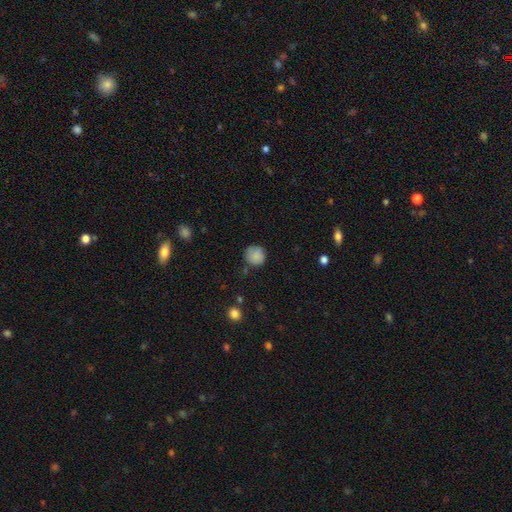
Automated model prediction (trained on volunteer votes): Smooth or featured: smooth — 85% (star or artifact — 9%)
How rounded: round — 91% (in between — 9%)
Merging: none — 76% (minor disturbance — 18%)